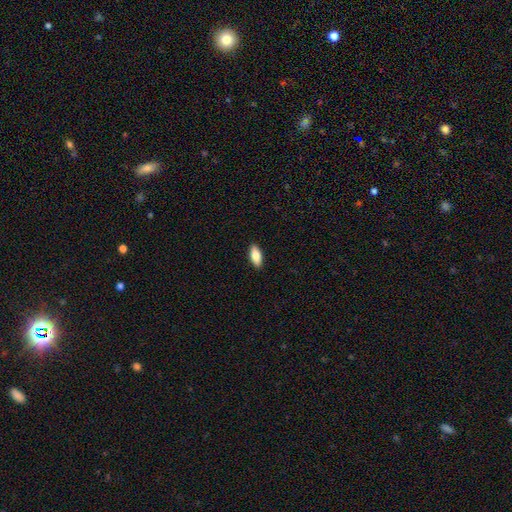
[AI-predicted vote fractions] This is likely a smooth galaxy (79%). How rounded: clearly in between (81%). Merging: clearly none (90%).